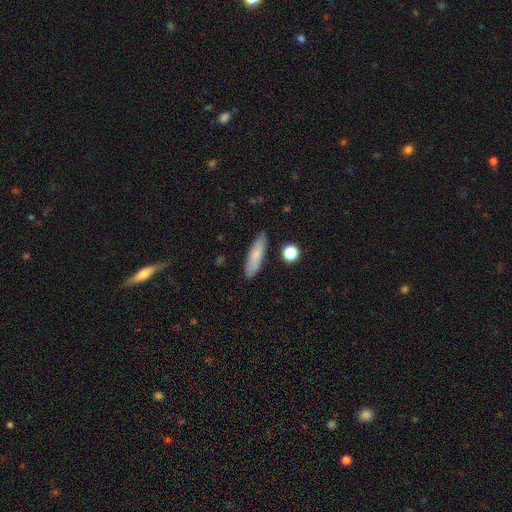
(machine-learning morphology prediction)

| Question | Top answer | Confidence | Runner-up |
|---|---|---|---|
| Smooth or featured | smooth | 74% | featured or disk (19%) |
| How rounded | cigar-shaped | 66% | in between (32%) |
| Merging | none | 85% | minor disturbance (10%) |